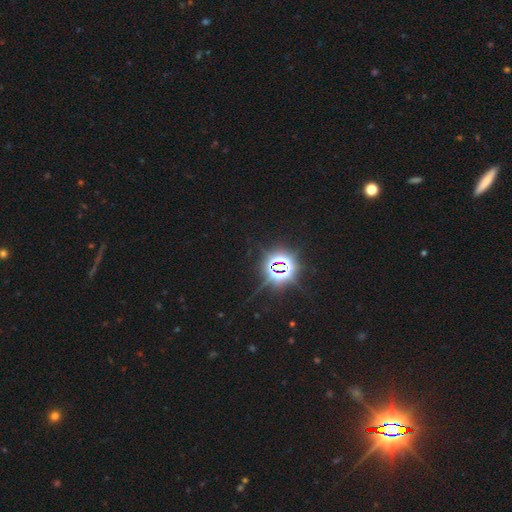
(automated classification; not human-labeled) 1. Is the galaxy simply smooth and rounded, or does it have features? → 83% star or artifact, 11% smooth, 5% featured or disk.